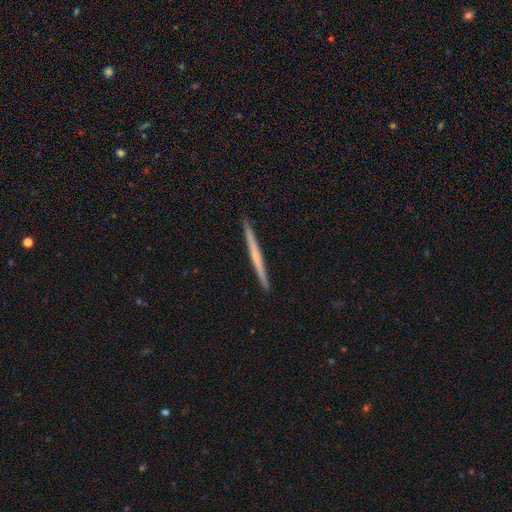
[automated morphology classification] Smooth or featured?
  - featured or disk: 56% *
  - smooth: 38%
  - star or artifact: 6%
Edge-on disk?
  - yes: 98% *
  - no: 2%
Edge-on bulge?
  - none: 74% *
  - rounded: 21%
  - boxy: 5%
Merging?
  - none: 93% *
  - minor disturbance: 5%
  - major disturbance: 1%
  - merger: 1%